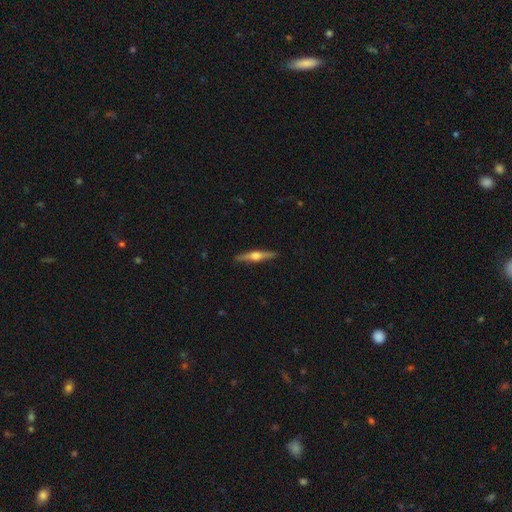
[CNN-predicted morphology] A featured or disk galaxy (70%) viewed edge-on (97%) with a rounded central bulge (92%). Merging: none (90%).